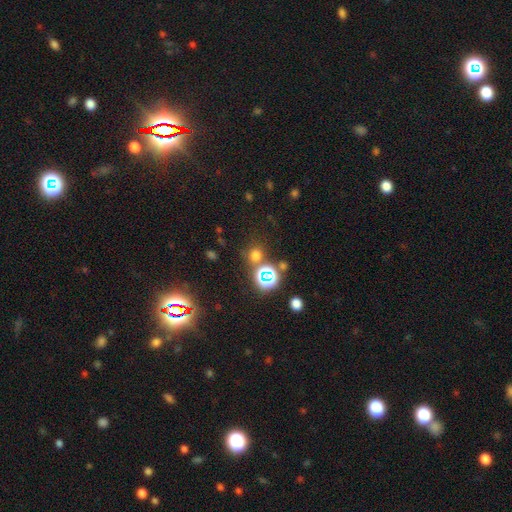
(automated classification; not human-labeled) Morphology: type=smooth (61%); roundness=round (87%); merging=none (76%).